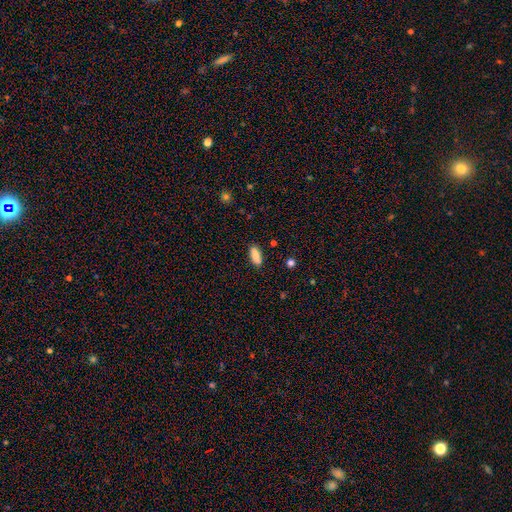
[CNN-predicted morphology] Smooth or featured? smooth (84%)
How rounded? in between (77%)
Merging? none (86%)